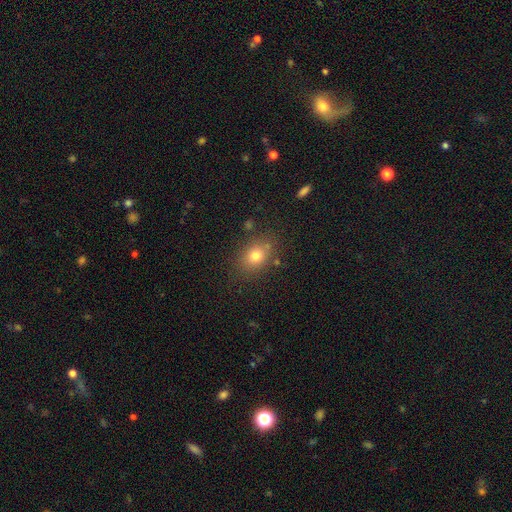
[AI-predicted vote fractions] smooth-or-featured: smooth: 76% | star or artifact: 13% | featured or disk: 11%
  how-rounded: in between: 55% | round: 44% | cigar-shaped: 1%
  merging: none: 79% | minor disturbance: 13% | major disturbance: 4% | merger: 4%